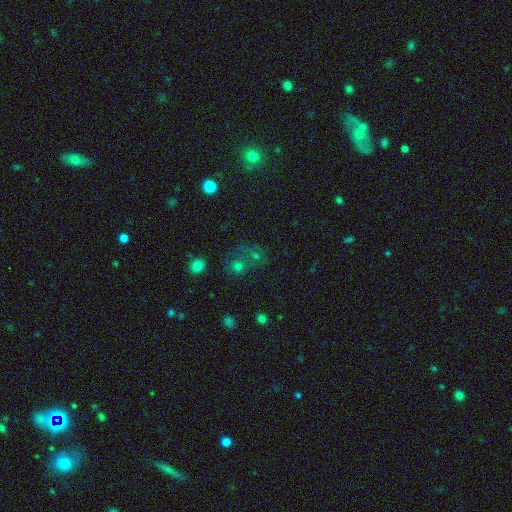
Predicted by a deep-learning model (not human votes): Smooth or featured: smooth — 44% (star or artifact — 39%)
Merging: none — 46% (merger — 28%)